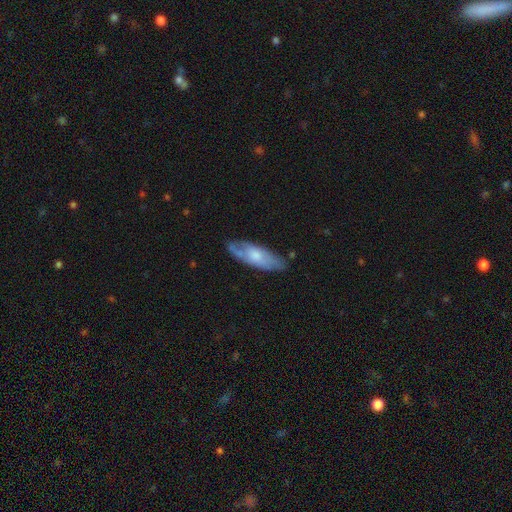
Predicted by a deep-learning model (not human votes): Smooth or featured: smooth — 55% (featured or disk — 39%)
How rounded: in between — 64% (cigar-shaped — 34%)
Merging: none — 67% (minor disturbance — 25%)